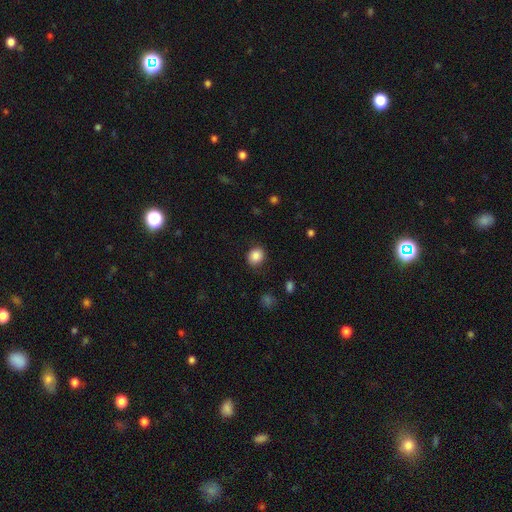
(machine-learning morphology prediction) Smooth or featured? Predicted: smooth (p=0.87). How rounded? Predicted: round (p=0.73). Merging? Predicted: none (p=0.84).